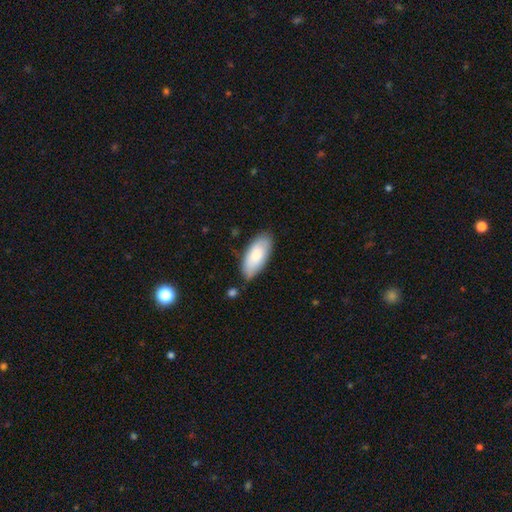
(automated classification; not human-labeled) The model was most divided on "merging": none: 76%, minor disturbance: 18%, major disturbance: 3%, merger: 3%. More confident: how rounded — in between (88%); smooth or featured — smooth (82%).